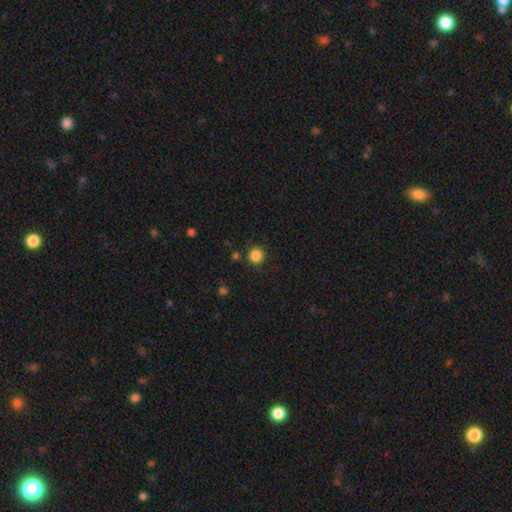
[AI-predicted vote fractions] smooth-or-featured: smooth: 86% | star or artifact: 11% | featured or disk: 3%
  how-rounded: round: 94% | in between: 5% | cigar-shaped: 1%
  merging: none: 89% | minor disturbance: 6% | merger: 2% | major disturbance: 2%